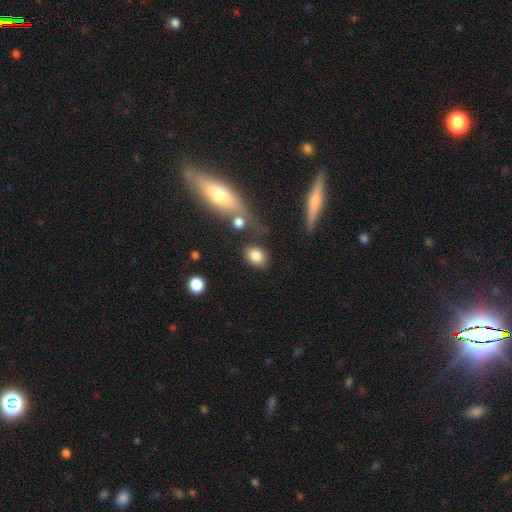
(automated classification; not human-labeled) Smooth or featured? Predicted: smooth (p=0.83). How rounded? Predicted: in between (p=0.66). Merging? Predicted: none (p=0.73).